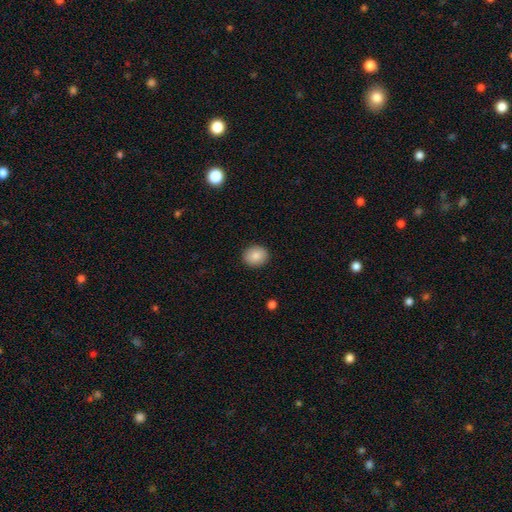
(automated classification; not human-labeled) Morphology: type=smooth (86%); roundness=round (67%); merging=none (90%).